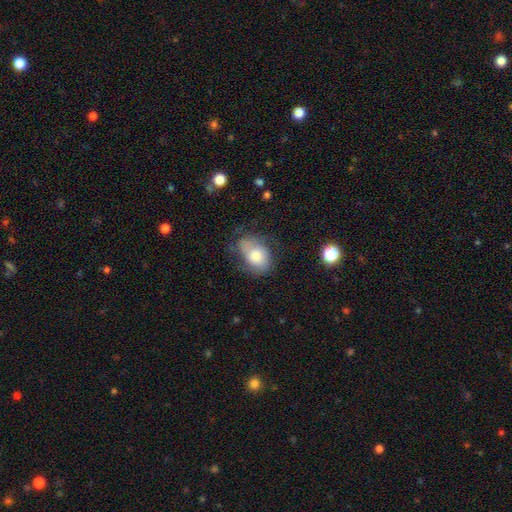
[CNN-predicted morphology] Overall: smooth (63%; featured or disk 28%). How rounded: in between (78%). Merging: none (50%; minor disturbance 30%).